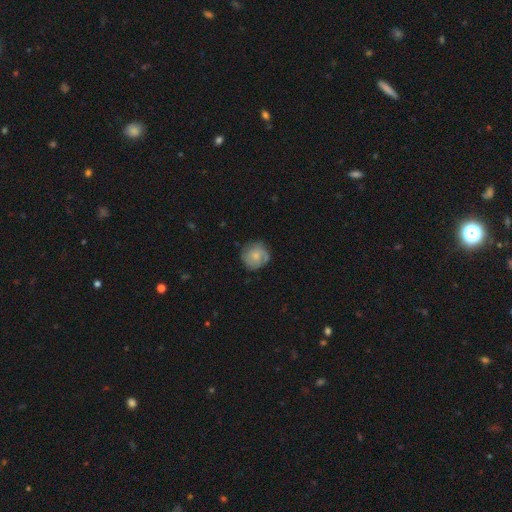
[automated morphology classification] This appears to be a smooth galaxy with no disk features (48%). Merging: none (73%).